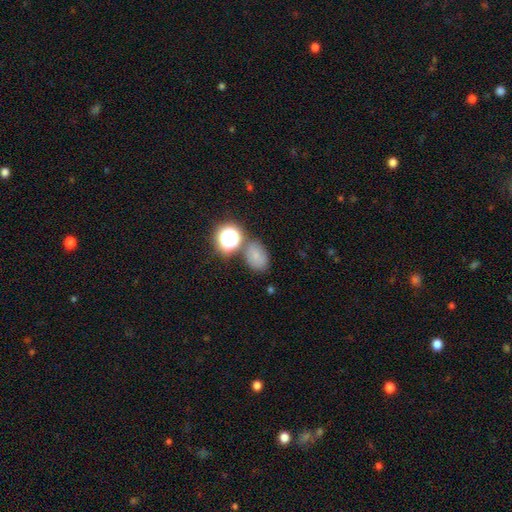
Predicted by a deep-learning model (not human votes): Smooth or featured?
  - smooth: 69% *
  - star or artifact: 20%
  - featured or disk: 11%
How rounded?
  - in between: 65% *
  - round: 34%
  - cigar-shaped: 1%
Merging?
  - none: 66% *
  - minor disturbance: 16%
  - merger: 14%
  - major disturbance: 5%